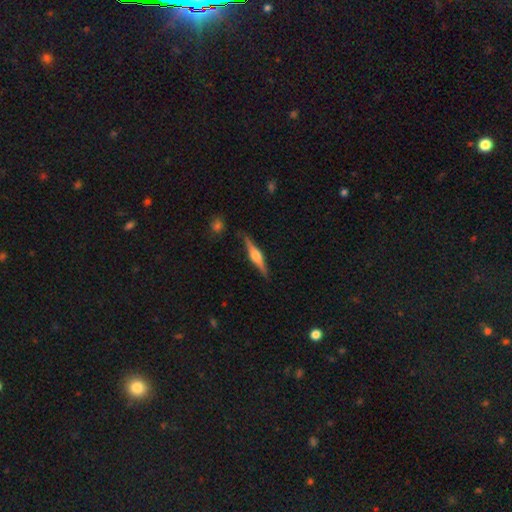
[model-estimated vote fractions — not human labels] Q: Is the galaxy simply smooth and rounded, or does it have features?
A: featured or disk — 73%.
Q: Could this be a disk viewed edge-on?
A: yes — 98%.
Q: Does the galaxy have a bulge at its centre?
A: rounded — 91%.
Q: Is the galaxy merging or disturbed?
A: none — 87%.